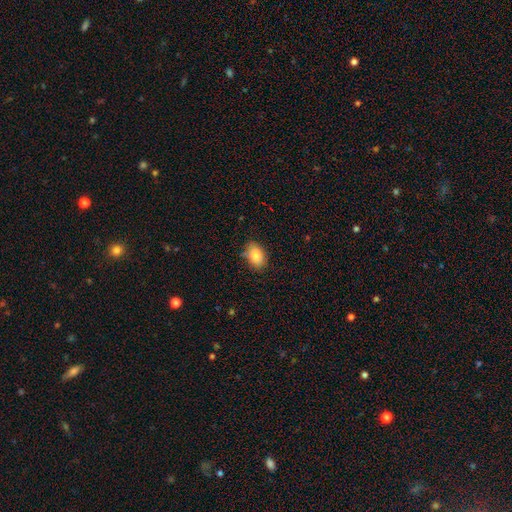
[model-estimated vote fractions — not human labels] A smooth galaxy with no disk features (86%) that is in between round and cigar-shaped (87%). Merging: none (76%).